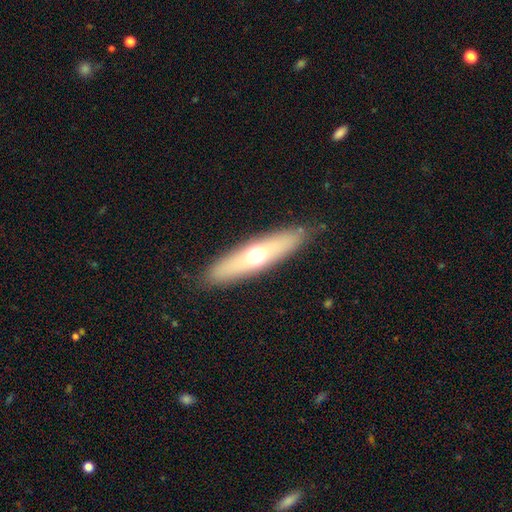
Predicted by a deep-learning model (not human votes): This is possibly a smooth galaxy (54%). How rounded: likely cigar-shaped (67%). Merging: clearly none (87%).